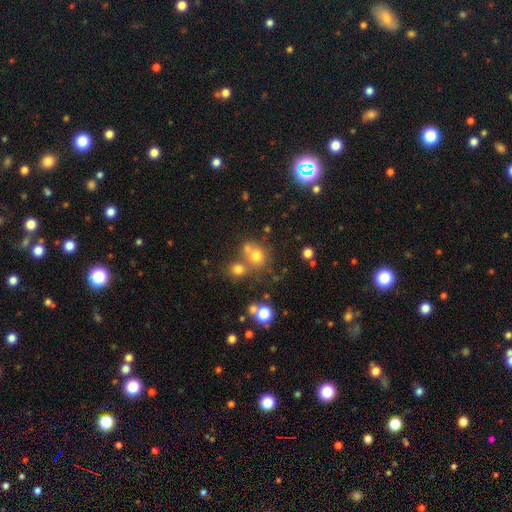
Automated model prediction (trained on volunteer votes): Q: Smooth or featured?
A: smooth (70%); runner-up: star or artifact (18%)
Q: How rounded?
A: round (82%); runner-up: in between (17%)
Q: Merging?
A: none (55%); runner-up: merger (30%)